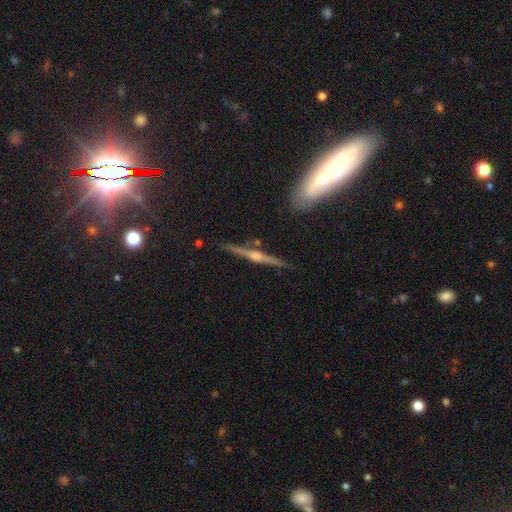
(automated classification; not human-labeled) Smooth or featured? featured or disk (79%)
Edge-on disk? yes (97%)
Edge-on bulge? rounded (84%)
Merging? none (85%)